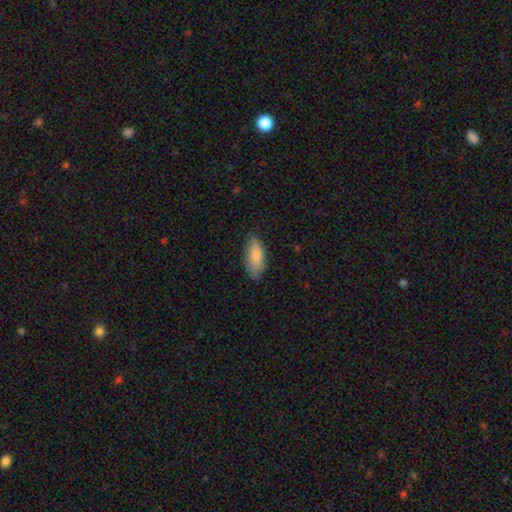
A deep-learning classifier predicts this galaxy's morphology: type=smooth (82%); roundness=in between (86%); merging=none (78%).